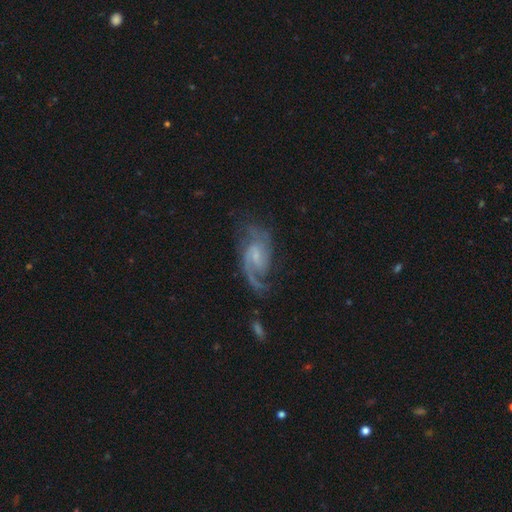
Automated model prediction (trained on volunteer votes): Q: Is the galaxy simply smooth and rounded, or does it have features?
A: featured or disk — 87%.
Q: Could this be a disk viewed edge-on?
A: no — 97%.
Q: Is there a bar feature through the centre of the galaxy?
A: weak — 52%.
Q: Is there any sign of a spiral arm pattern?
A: yes — 97%.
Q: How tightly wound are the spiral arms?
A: medium — 53%.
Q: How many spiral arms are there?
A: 2 — 74%.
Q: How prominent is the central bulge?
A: small — 55%.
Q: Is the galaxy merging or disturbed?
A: none — 64%.